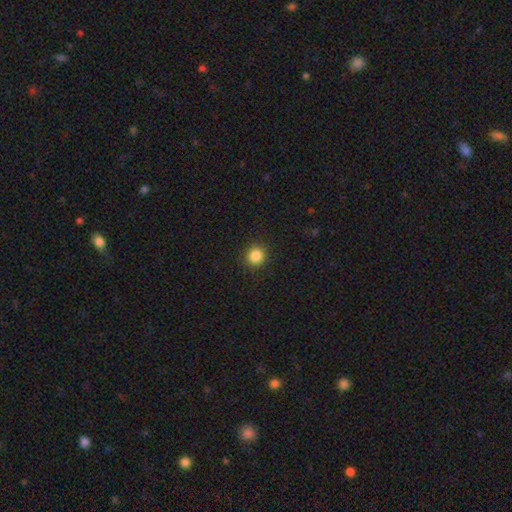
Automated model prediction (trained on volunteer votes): smooth_or_featured: smooth (p=0.85) [alt: star or artifact p=0.11]
how_rounded: round (p=0.91) [alt: in between p=0.08]
merging: none (p=0.91) [alt: minor disturbance p=0.06]